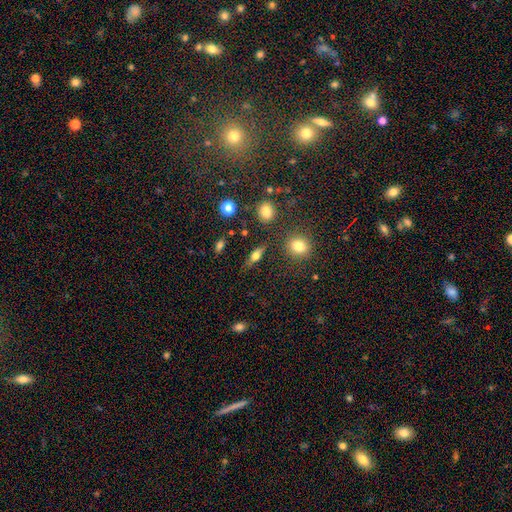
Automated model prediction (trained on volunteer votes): smooth 48%, featured or disk 41%, star or artifact 11%. Down the decision tree: merging — none (79%).